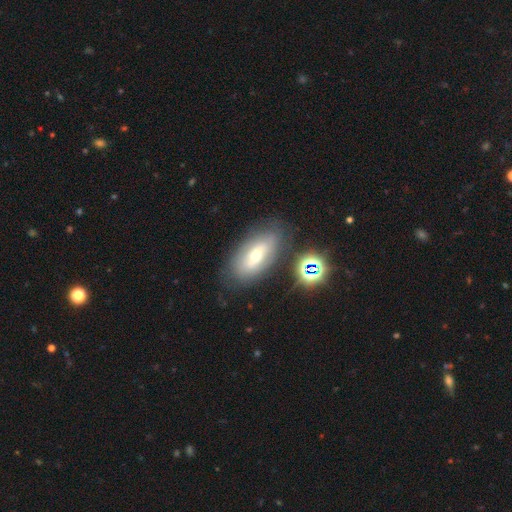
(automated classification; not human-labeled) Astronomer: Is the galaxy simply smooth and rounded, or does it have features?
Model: featured or disk — 46% (runner-up: smooth, 42%).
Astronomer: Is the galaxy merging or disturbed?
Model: none — 73%.